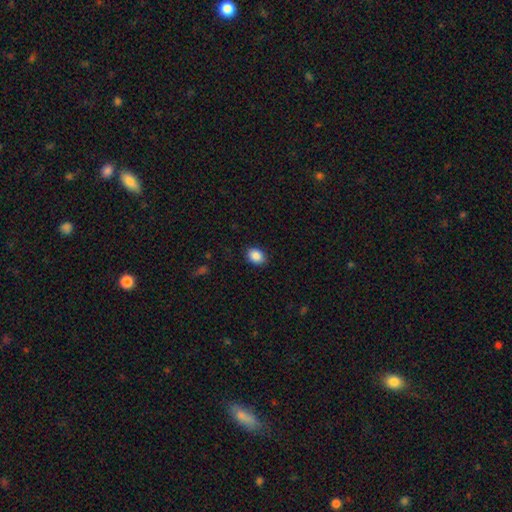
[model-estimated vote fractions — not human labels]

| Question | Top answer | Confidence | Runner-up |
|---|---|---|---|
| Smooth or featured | smooth | 88% | star or artifact (8%) |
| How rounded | in between | 65% | round (34%) |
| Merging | none | 86% | minor disturbance (10%) |